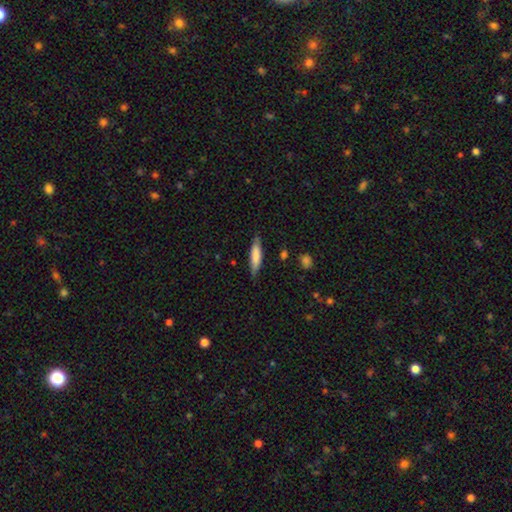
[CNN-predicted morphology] This is likely a smooth galaxy (78%). How rounded: likely cigar-shaped (76%). Merging: clearly none (82%).